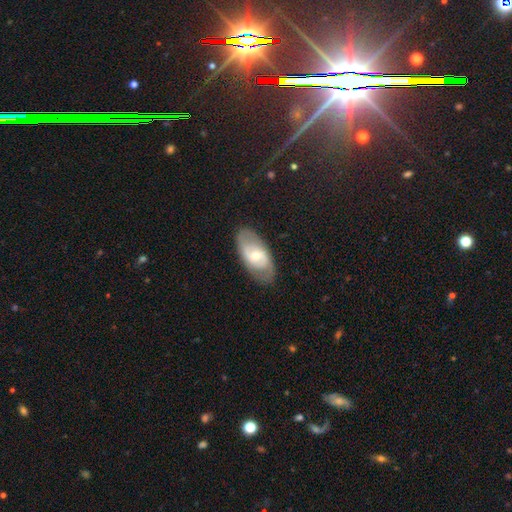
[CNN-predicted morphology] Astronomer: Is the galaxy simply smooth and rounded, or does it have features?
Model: featured or disk — 59% (runner-up: smooth, 35%).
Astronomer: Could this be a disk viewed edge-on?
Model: no — 90%.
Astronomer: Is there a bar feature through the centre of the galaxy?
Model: no — 54% (runner-up: weak, 35%).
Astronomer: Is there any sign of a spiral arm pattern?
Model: yes — 55% (runner-up: no, 45%).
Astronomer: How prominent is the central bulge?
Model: moderate — 60%.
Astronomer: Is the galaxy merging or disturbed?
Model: none — 81%.